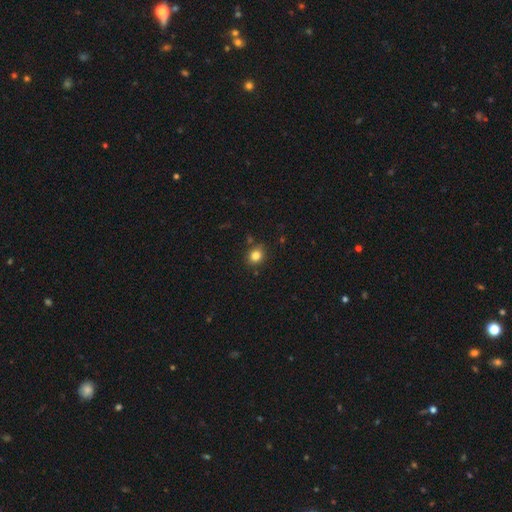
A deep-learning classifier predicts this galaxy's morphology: Smooth or featured? Predicted: smooth (p=0.82). How rounded? Predicted: round (p=0.70). Merging? Predicted: none (p=0.82).